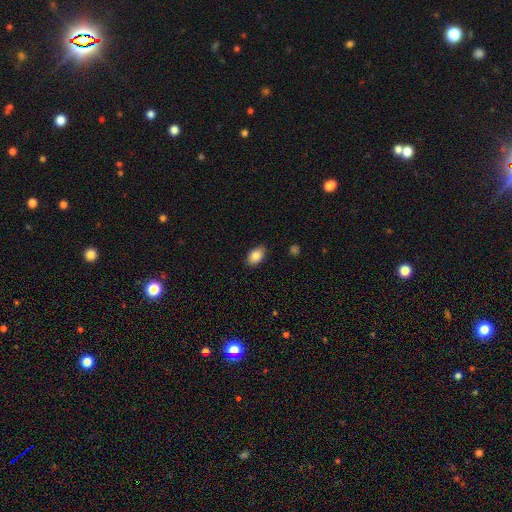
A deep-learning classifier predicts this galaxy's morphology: Smooth or featured?
  - smooth: 86% *
  - star or artifact: 7%
  - featured or disk: 6%
How rounded?
  - in between: 88% *
  - round: 11%
  - cigar-shaped: 1%
Merging?
  - none: 86% *
  - minor disturbance: 11%
  - major disturbance: 2%
  - merger: 1%